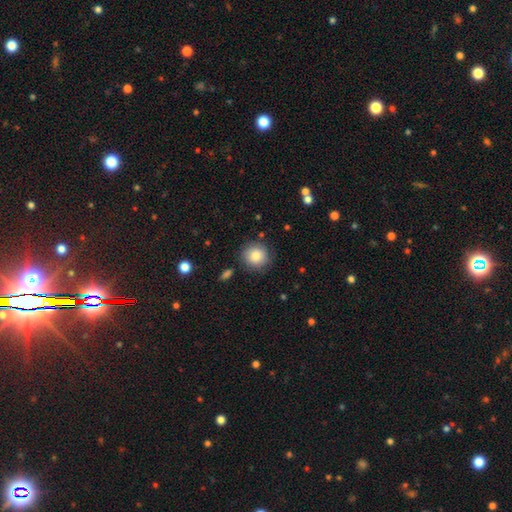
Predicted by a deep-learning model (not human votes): Smooth or featured: smooth — 83% (star or artifact — 9%)
How rounded: round — 91% (in between — 8%)
Merging: none — 84% (minor disturbance — 10%)